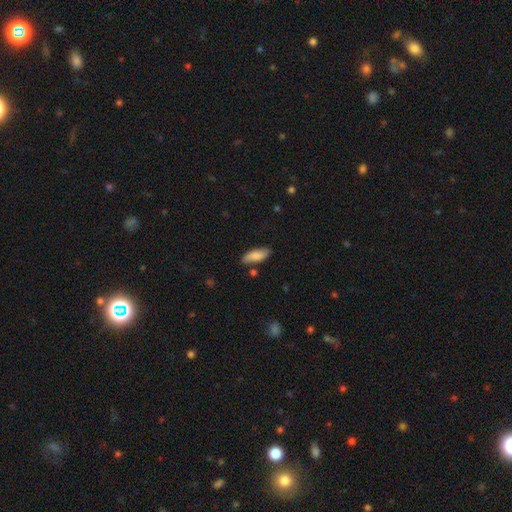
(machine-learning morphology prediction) Smooth or featured? smooth (81%)
How rounded? in between (71%)
Merging? none (76%)